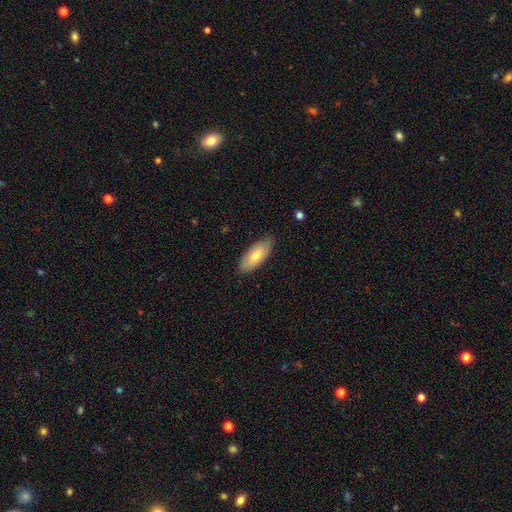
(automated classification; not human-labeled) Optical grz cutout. It shows a smooth galaxy with no disk features (75%) that is in between round and cigar-shaped (83%). Merging: none (84%).